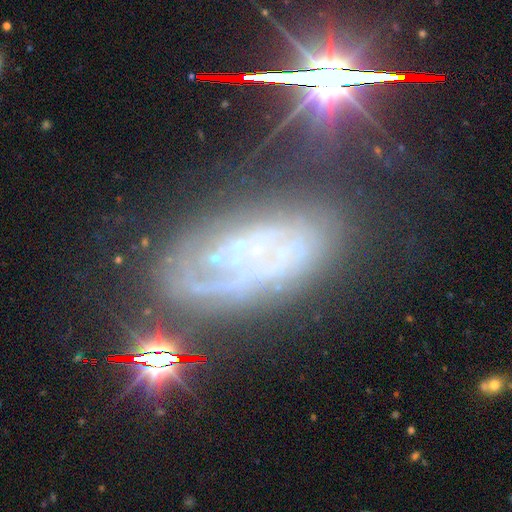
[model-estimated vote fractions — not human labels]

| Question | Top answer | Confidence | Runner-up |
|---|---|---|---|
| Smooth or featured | featured or disk | 67% | star or artifact (21%) |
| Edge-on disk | no | 90% | yes (10%) |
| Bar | no | 68% | weak (22%) |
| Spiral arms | yes | 78% | no (22%) |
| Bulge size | small | 66% | none (21%) |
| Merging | none | 62% | minor disturbance (21%) |